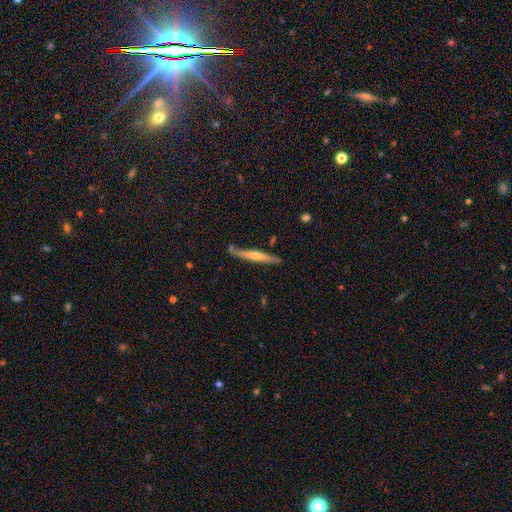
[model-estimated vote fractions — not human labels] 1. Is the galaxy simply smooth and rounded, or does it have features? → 49% featured or disk, 45% smooth, 6% star or artifact.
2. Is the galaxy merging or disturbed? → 76% none, 16% minor disturbance, 6% merger, 3% major disturbance.